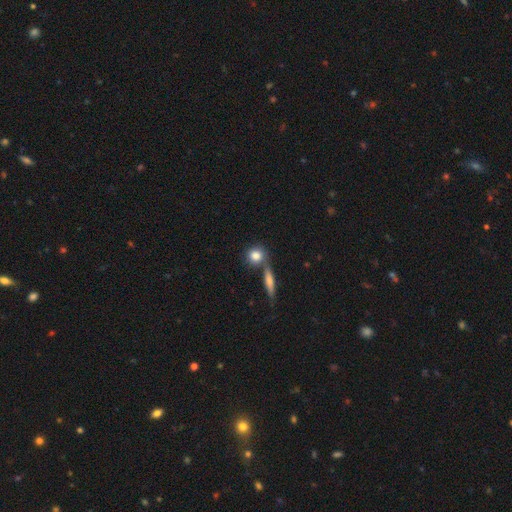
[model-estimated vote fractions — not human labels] Smooth or featured? Predicted: smooth (p=0.80). How rounded? Predicted: round (p=0.77). Merging? Predicted: none (p=0.61).